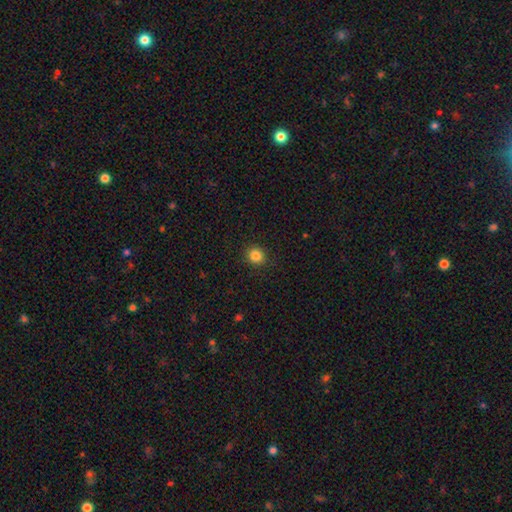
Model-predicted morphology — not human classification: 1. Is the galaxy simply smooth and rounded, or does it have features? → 84% smooth, 11% star or artifact, 5% featured or disk.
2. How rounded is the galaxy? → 86% round, 13% in between, 1% cigar-shaped.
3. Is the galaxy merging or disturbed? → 90% none, 7% minor disturbance, 2% major disturbance, 1% merger.